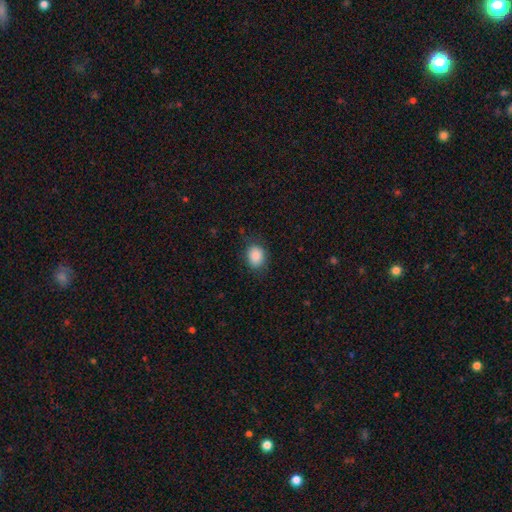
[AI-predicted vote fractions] A smooth galaxy with no disk features (88%) that is in between round and cigar-shaped (57%). Merging: none (80%).